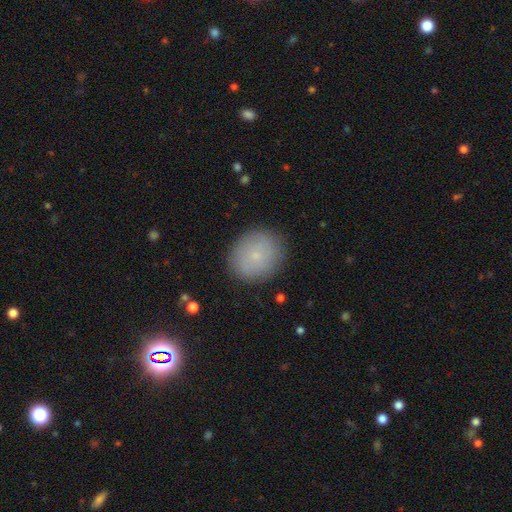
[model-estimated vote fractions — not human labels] Q: Smooth or featured?
A: smooth (74%); runner-up: featured or disk (16%)
Q: How rounded?
A: round (74%); runner-up: in between (25%)
Q: Merging?
A: none (87%); runner-up: minor disturbance (9%)